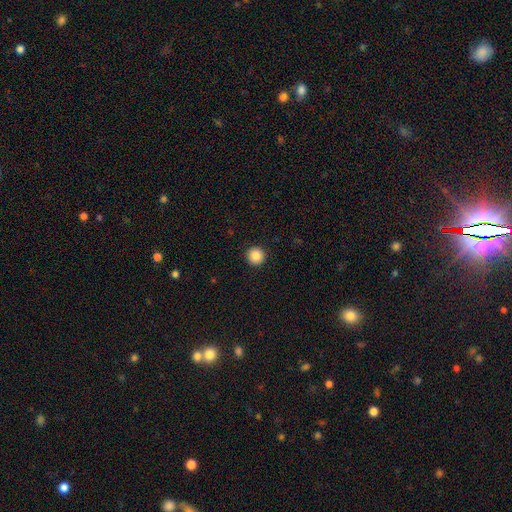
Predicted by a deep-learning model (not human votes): A smooth galaxy with no disk features (87%) that is round (96%). Merging: none (93%).